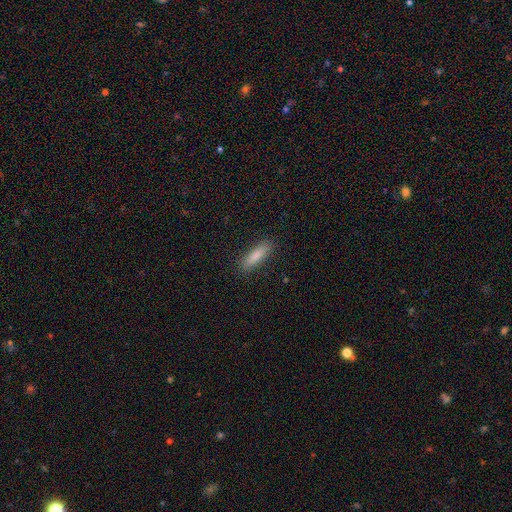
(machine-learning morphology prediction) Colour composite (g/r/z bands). It shows a smooth galaxy with no disk features (79%) that is cigar-shaped (72%). Merging: none (89%).